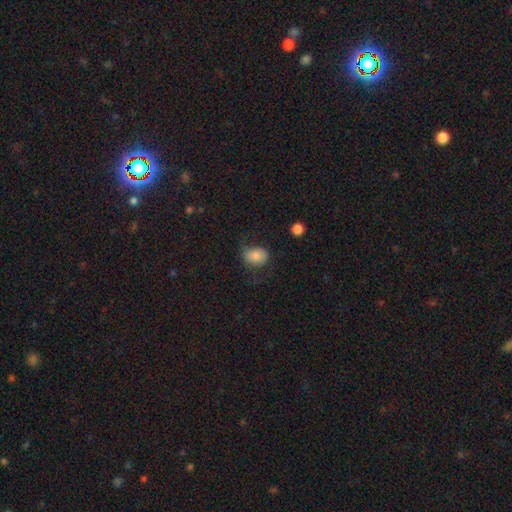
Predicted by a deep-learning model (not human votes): Smooth or featured? Predicted: smooth (p=0.74). How rounded? Predicted: in between (p=0.61). Merging? Predicted: none (p=0.56).